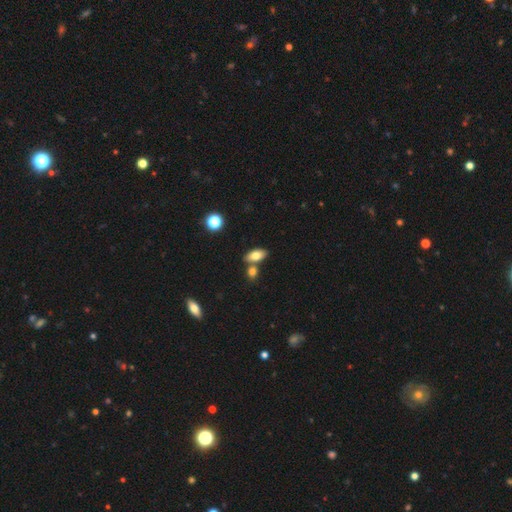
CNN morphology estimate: A smooth galaxy with no disk features (76%) that is in between round and cigar-shaped (88%).

Vote fractions:
- Smooth or featured? smooth: 76% / featured or disk: 15% / star or artifact: 8%
- How rounded? in between: 88% / cigar-shaped: 7% / round: 5%
- Merging? none: 66% / merger: 21% / minor disturbance: 11% / major disturbance: 3%